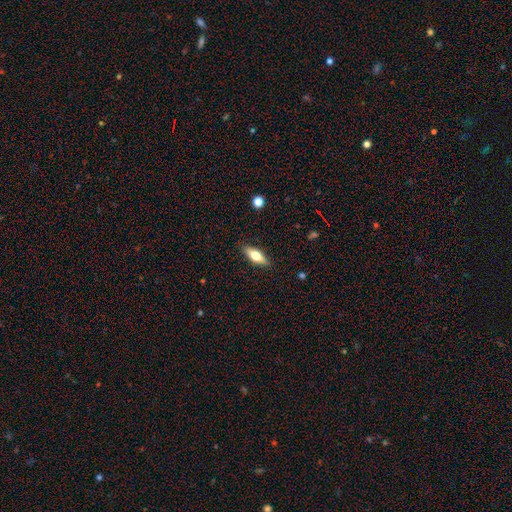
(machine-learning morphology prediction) This appears to be a smooth galaxy with no disk features (59%) that is in between round and cigar-shaped (64%). Merging: none (88%).